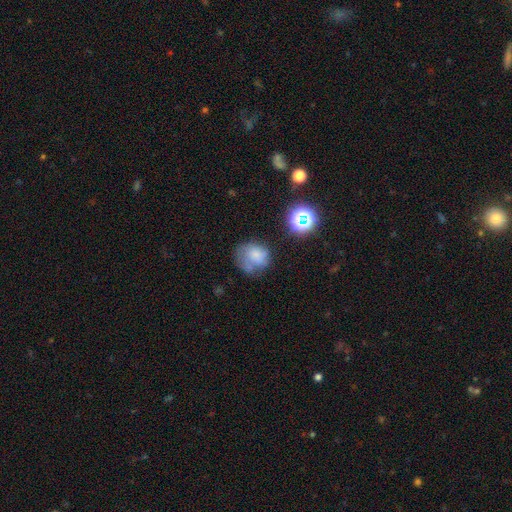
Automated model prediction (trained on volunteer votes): Q: Smooth or featured?
A: smooth (64%); runner-up: featured or disk (21%)
Q: How rounded?
A: round (68%); runner-up: in between (31%)
Q: Merging?
A: none (44%); runner-up: minor disturbance (29%)